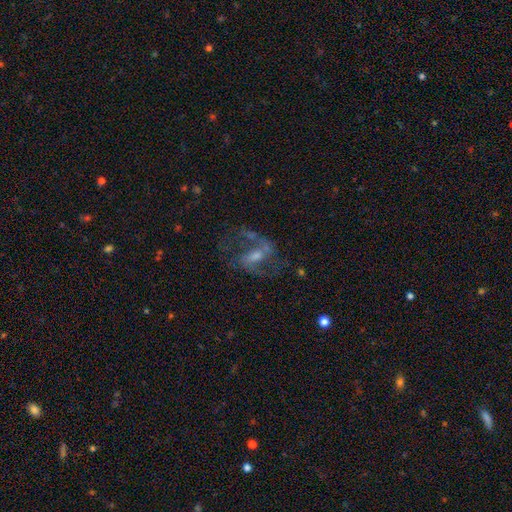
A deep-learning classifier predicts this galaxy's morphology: Q: Smooth or featured?
A: featured or disk (80%); runner-up: smooth (10%)
Q: Edge-on disk?
A: no (96%); runner-up: yes (4%)
Q: Bar?
A: weak (49%); runner-up: no (27%)
Q: Spiral arms?
A: yes (90%); runner-up: no (10%)
Q: Spiral winding?
A: loose (47%); runner-up: medium (44%)
Q: Spiral arm count?
A: 2 (85%); runner-up: can't tell (6%)
Q: Bulge size?
A: moderate (44%); runner-up: small (38%)
Q: Merging?
A: none (58%); runner-up: major disturbance (22%)